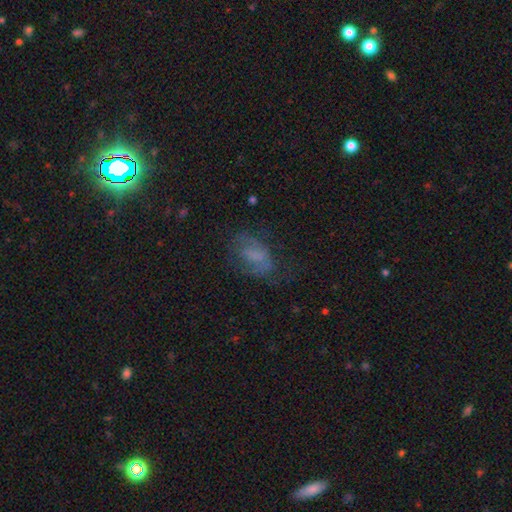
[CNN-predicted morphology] smooth-or-featured: smooth: 43% | featured or disk: 40% | star or artifact: 17%
  merging: none: 51% | major disturbance: 25% | minor disturbance: 23% | merger: 2%